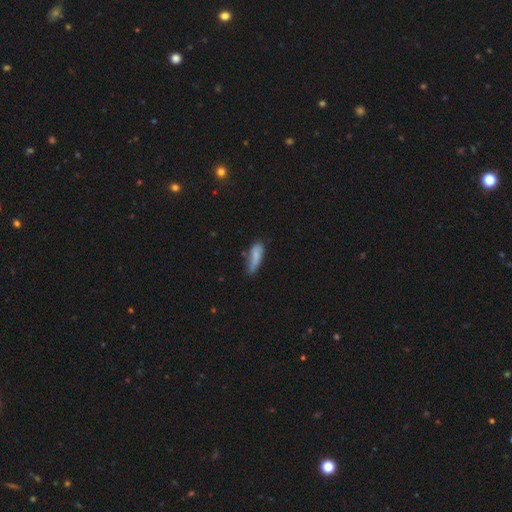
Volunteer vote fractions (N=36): Q: Smooth or featured?
A: smooth (83%); runner-up: featured or disk (11%)
Q: How rounded?
A: cigar-shaped (60%); runner-up: in between (37%)
Q: Merging?
A: none (59%); runner-up: minor disturbance (32%)